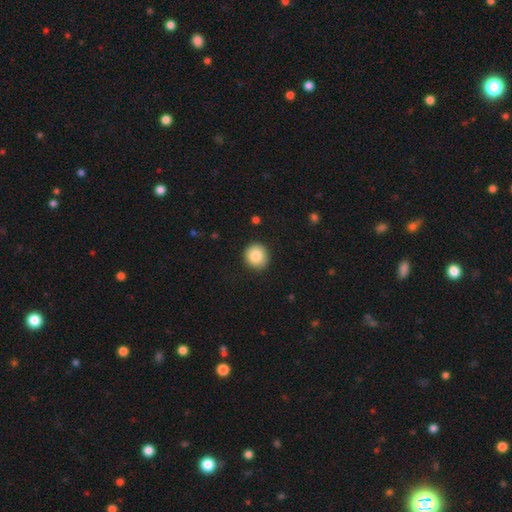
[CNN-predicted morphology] This appears to be a smooth galaxy with no disk features (85%) that is round (91%). Merging: none (90%).